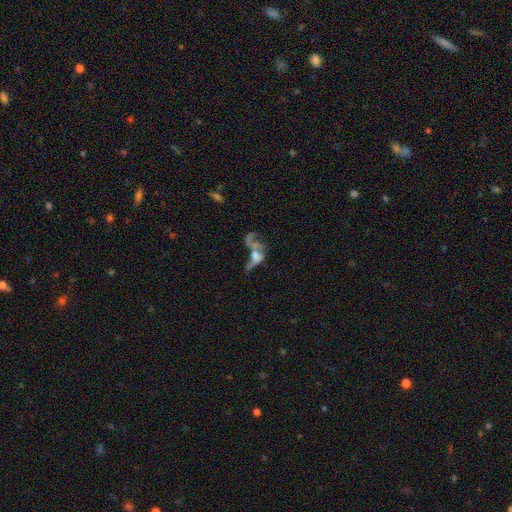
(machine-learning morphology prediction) Smooth or featured: featured or disk — 61% (smooth — 24%)
Edge-on disk: no — 93% (yes — 7%)
Bar: no — 75% (weak — 19%)
Spiral arms: no — 58% (yes — 42%)
Bulge size: none — 37% (moderate — 28%)
Merging: merger — 39% (major disturbance — 37%)